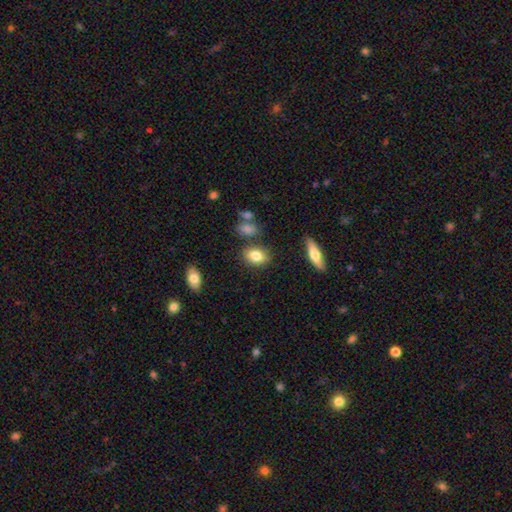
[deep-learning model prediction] Morphology: type=smooth (81%); roundness=in between (77%); merging=none (81%).